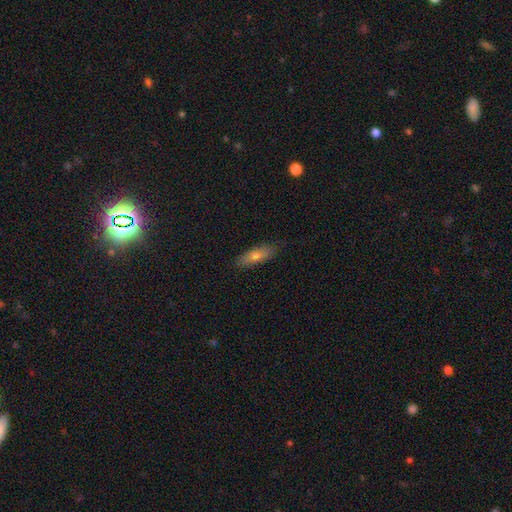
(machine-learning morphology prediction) Smooth or featured? Predicted: smooth (p=0.64). How rounded? Predicted: cigar-shaped (p=0.57). Merging? Predicted: none (p=0.86).